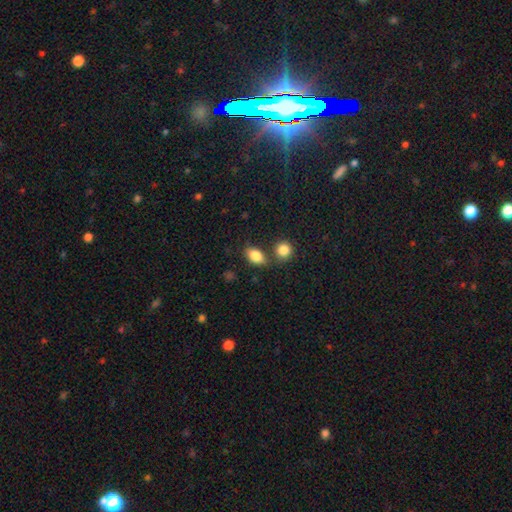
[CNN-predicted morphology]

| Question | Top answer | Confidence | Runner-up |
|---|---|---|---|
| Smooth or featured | smooth | 84% | star or artifact (9%) |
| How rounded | in between | 83% | round (15%) |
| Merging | none | 64% | merger (19%) |